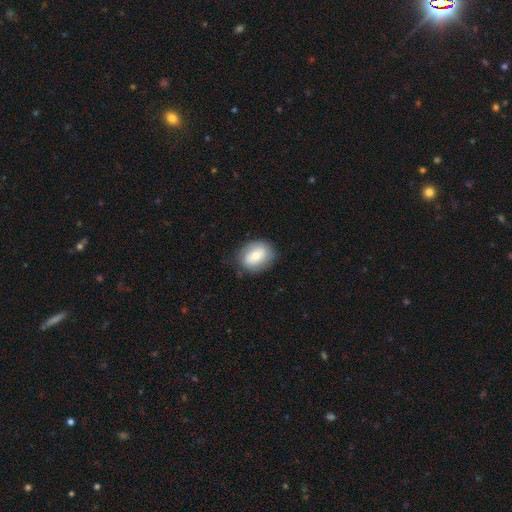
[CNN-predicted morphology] Overall: smooth (64%; featured or disk 29%). How rounded: in between (64%; round 35%). Merging: none (78%).